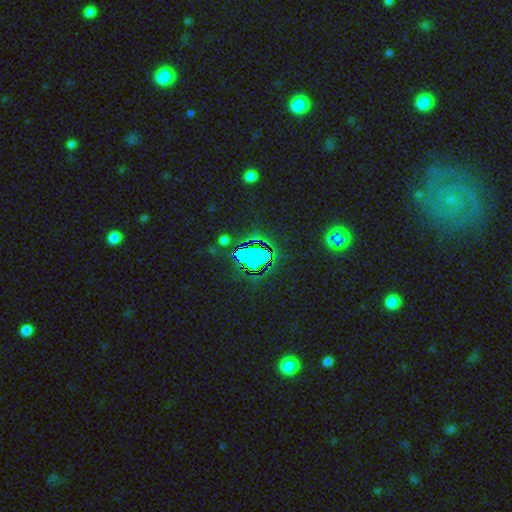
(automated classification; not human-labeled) Morphology: type=star or artifact (71%).